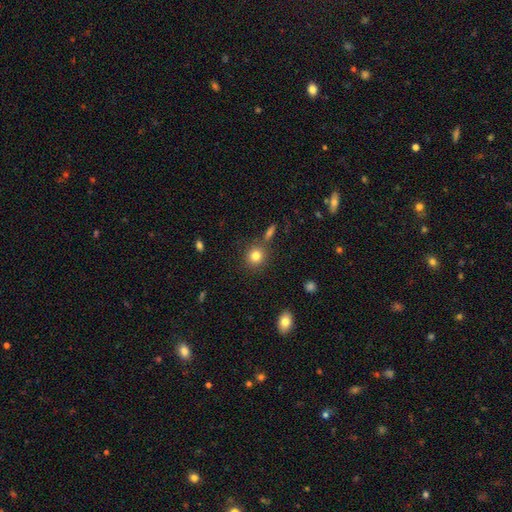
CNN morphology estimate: Smooth or featured: smooth — 82% (star or artifact — 11%)
How rounded: round — 87% (in between — 12%)
Merging: none — 80% (minor disturbance — 9%)